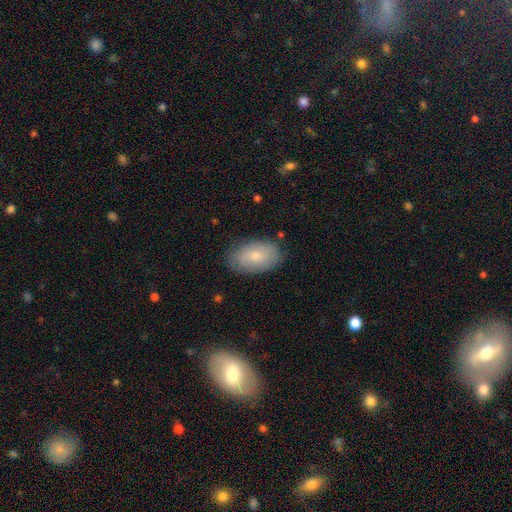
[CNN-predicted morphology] The model was most divided on "smooth or featured": smooth: 76%, featured or disk: 17%, star or artifact: 7%. More confident: how rounded — in between (93%); merging — none (81%).